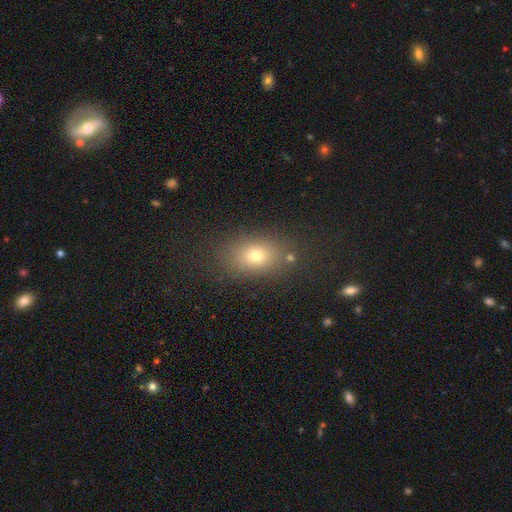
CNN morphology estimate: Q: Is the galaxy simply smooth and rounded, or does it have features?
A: smooth — 73%.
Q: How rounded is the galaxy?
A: in between — 72%.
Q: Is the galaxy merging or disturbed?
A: none — 79%.